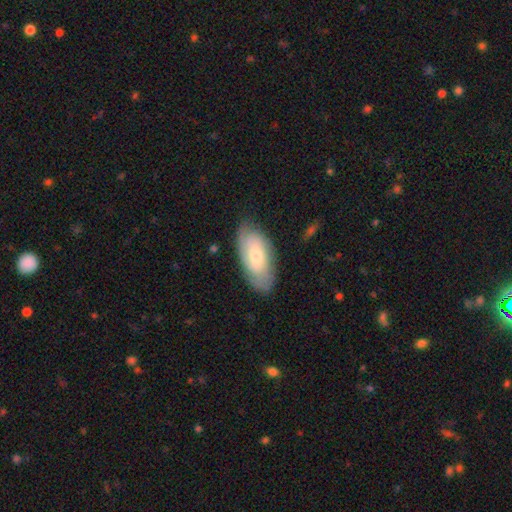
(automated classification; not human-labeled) Smooth or featured? smooth (54%)
How rounded? in between (90%)
Merging? none (75%)